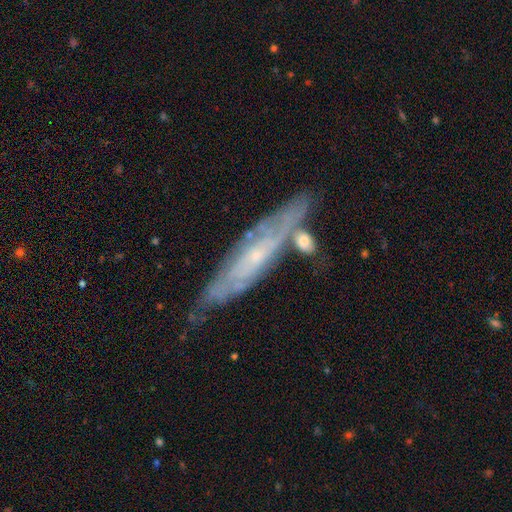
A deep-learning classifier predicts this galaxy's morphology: smooth-or-featured: featured or disk: 73% | smooth: 20% | star or artifact: 7%
  disk-edge-on: no: 54% | yes: 46%
  merging: none: 64% | minor disturbance: 21% | merger: 10% | major disturbance: 6%